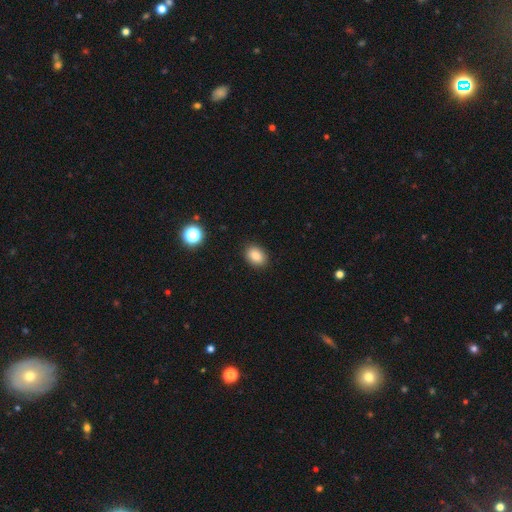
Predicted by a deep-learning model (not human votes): Smooth or featured?
  - smooth: 86% *
  - star or artifact: 10%
  - featured or disk: 4%
How rounded?
  - in between: 73% *
  - round: 26%
  - cigar-shaped: 1%
Merging?
  - none: 88% *
  - minor disturbance: 8%
  - major disturbance: 2%
  - merger: 1%